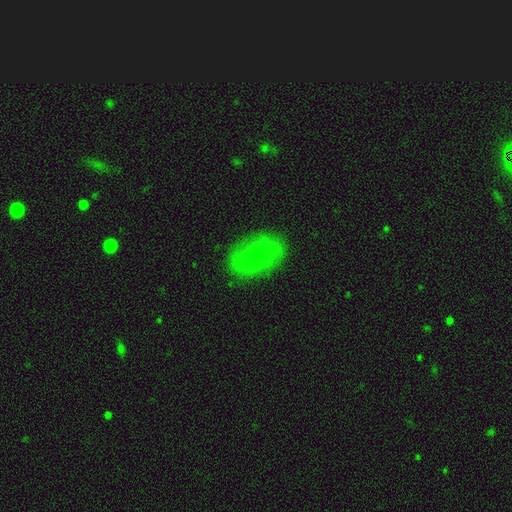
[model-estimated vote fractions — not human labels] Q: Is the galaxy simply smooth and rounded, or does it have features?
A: smooth — 52%.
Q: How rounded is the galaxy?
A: in between — 81%.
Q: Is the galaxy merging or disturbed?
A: none — 82%.